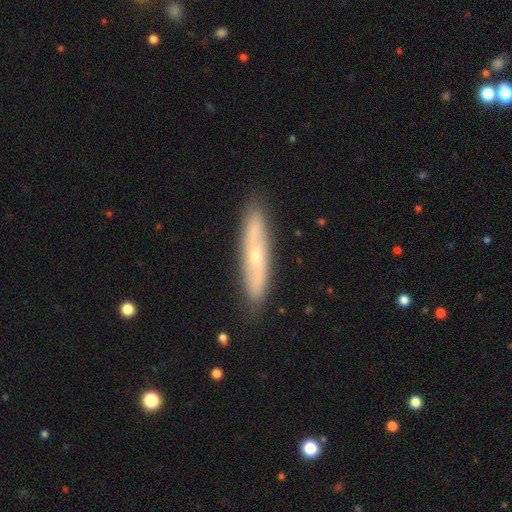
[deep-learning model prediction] Morphology: type=featured or disk (58%); edge-on=yes (53%); merging=none (86%).